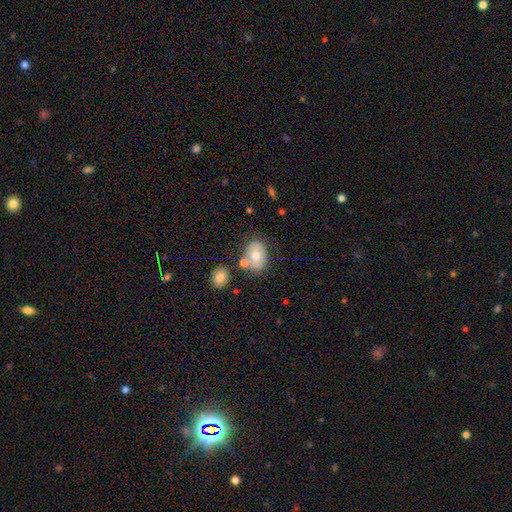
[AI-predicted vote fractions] smooth_or_featured: smooth (p=0.61) [alt: featured or disk p=0.30]
how_rounded: in between (p=0.69) [alt: round p=0.30]
merging: none (p=0.57) [alt: merger p=0.20]